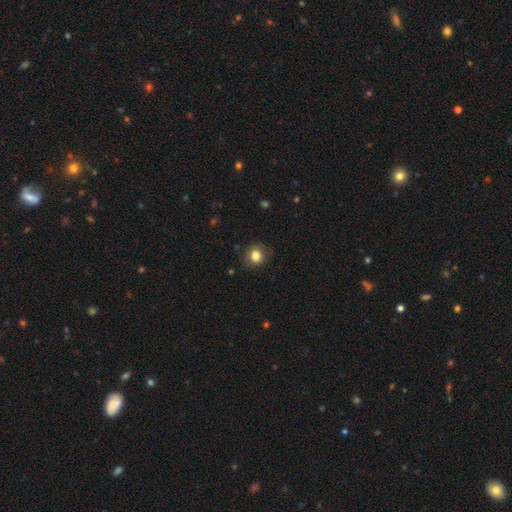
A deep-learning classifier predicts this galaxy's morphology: smooth_or_featured: smooth (p=0.83) [alt: star or artifact p=0.10]
how_rounded: round (p=0.80) [alt: in between p=0.19]
merging: none (p=0.84) [alt: minor disturbance p=0.12]